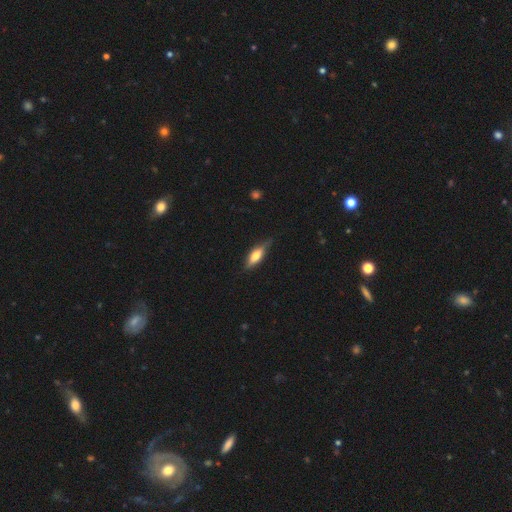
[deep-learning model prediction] A smooth galaxy with no disk features (52%) that is in between round and cigar-shaped (50%).

Vote fractions:
- Smooth or featured? smooth: 52% / featured or disk: 42% / star or artifact: 6%
- How rounded? in between: 50% / cigar-shaped: 47% / round: 3%
- Merging? none: 75% / minor disturbance: 20% / major disturbance: 4% / merger: 1%